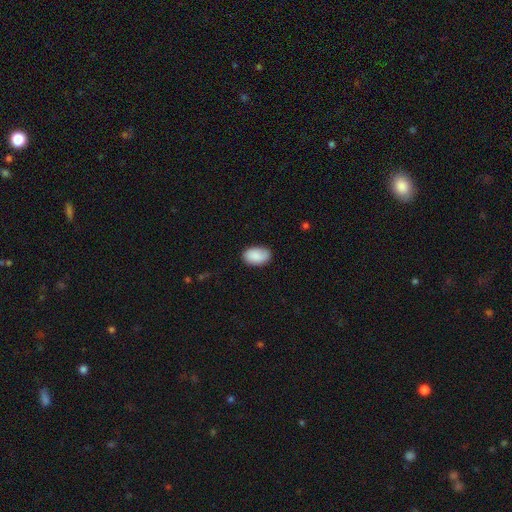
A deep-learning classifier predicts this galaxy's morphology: smooth-or-featured: smooth: 88% | star or artifact: 6% | featured or disk: 5%
  how-rounded: in between: 91% | round: 8% | cigar-shaped: 1%
  merging: none: 81% | minor disturbance: 15% | major disturbance: 3% | merger: 1%